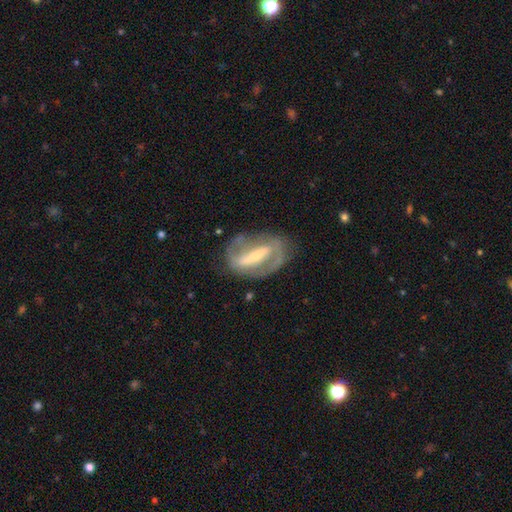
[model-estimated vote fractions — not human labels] smooth-or-featured: featured or disk: 85% | smooth: 10% | star or artifact: 5%
  disk-edge-on: no: 93% | yes: 7%
    bar: strong: 70% | weak: 21% | no: 10%
    has-spiral-arms: yes: 83% | no: 17%
      spiral-winding: medium: 44% | tight: 35% | loose: 20%
      spiral-arm-count: 2: 82% | can't tell: 9% | 1: 5% | 3: 2% | 4: 1% | more than 4: 1%
    bulge-size: small: 58% | moderate: 36% | large: 3% | none: 2% | dominant: 1%
  merging: none: 73% | minor disturbance: 16% | major disturbance: 9% | merger: 2%